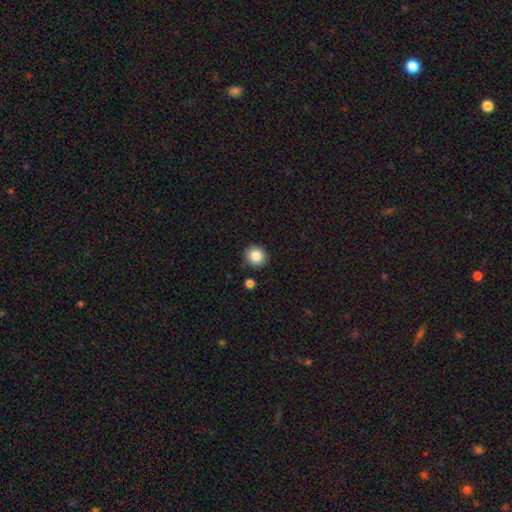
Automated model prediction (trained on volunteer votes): Smooth or featured? smooth (85%)
How rounded? round (91%)
Merging? none (86%)